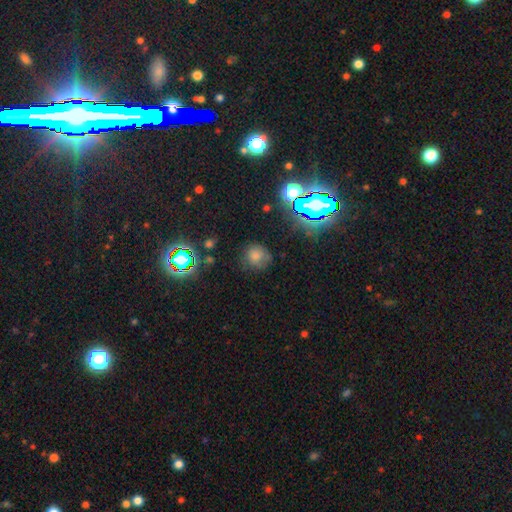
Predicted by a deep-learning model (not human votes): Smooth or featured: smooth — 65% (star or artifact — 22%)
How rounded: round — 84% (in between — 15%)
Merging: none — 64% (minor disturbance — 22%)